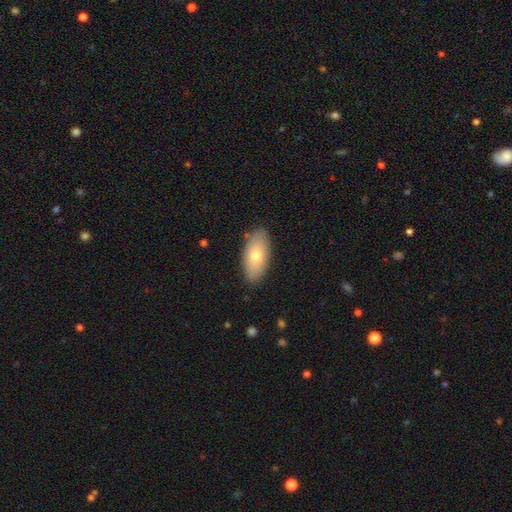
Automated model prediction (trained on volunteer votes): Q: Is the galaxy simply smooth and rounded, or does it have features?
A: smooth — 72%.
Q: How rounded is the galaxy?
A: in between — 92%.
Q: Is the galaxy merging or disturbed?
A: none — 86%.